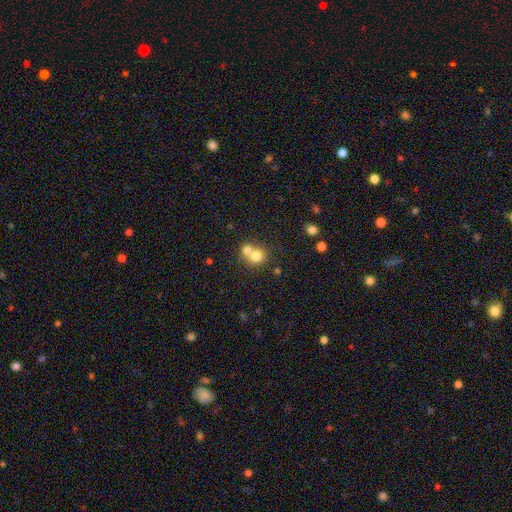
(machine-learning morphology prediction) Smooth or featured?
  - smooth: 75% *
  - featured or disk: 14%
  - star or artifact: 11%
How rounded?
  - round: 81% *
  - in between: 18%
  - cigar-shaped: 1%
Merging?
  - merger: 55% *
  - none: 37%
  - minor disturbance: 6%
  - major disturbance: 2%